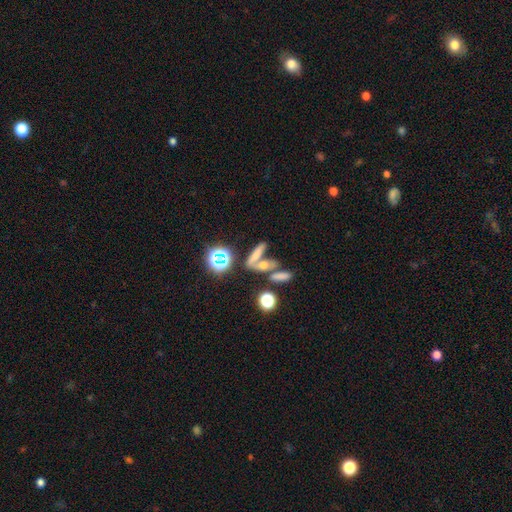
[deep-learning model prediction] Q: Smooth or featured?
A: smooth (55%); runner-up: featured or disk (23%)
Q: How rounded?
A: cigar-shaped (47%); runner-up: in between (40%)
Q: Merging?
A: merger (46%); runner-up: none (37%)